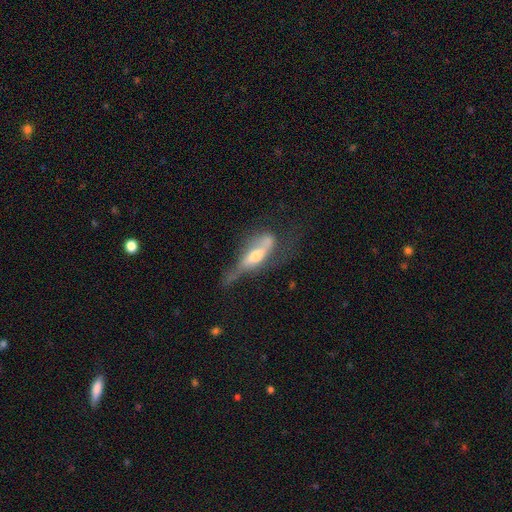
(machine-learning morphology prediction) Smooth or featured? featured or disk (64%)
Edge-on disk? yes (54%)
Merging? major disturbance (34%)